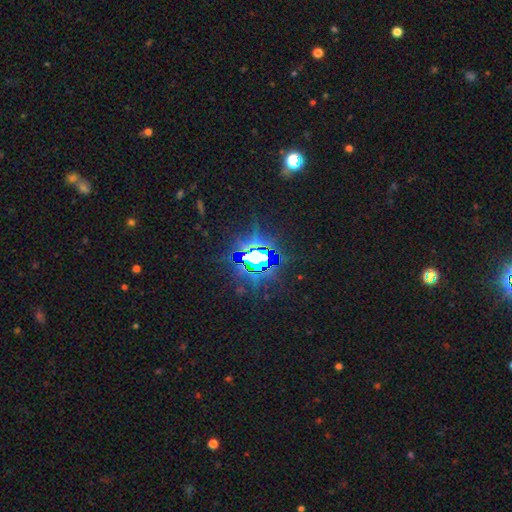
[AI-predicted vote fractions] This is clearly a star or artifact rather than a galaxy (80%).